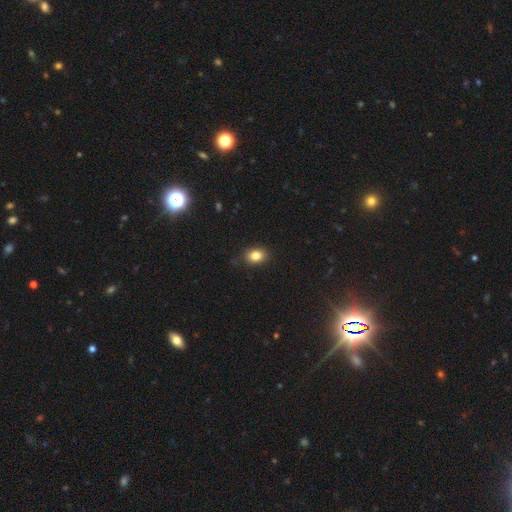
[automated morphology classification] A smooth galaxy with no disk features (83%) that is in between round and cigar-shaped (63%).

Vote fractions:
- Smooth or featured? smooth: 83% / star or artifact: 10% / featured or disk: 6%
- How rounded? in between: 63% / round: 35% / cigar-shaped: 1%
- Merging? none: 83% / minor disturbance: 13% / major disturbance: 3% / merger: 1%